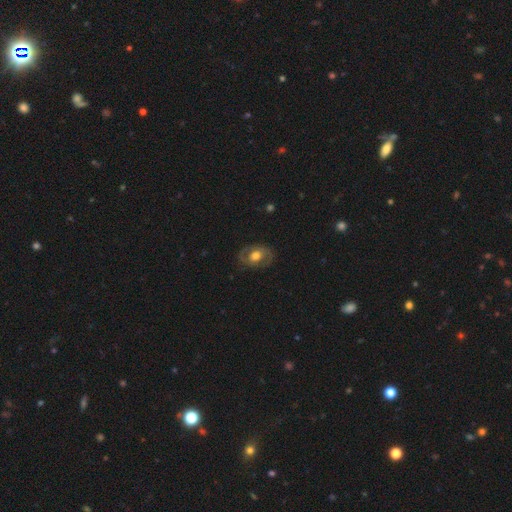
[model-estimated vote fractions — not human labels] Overall: featured or disk (60%; smooth 33%). Edge-on disk: no (95%). Bar: no (67%). Spiral arms: yes (64%; no 36%). Bulge size: moderate (58%; large 33%). Merging: none (79%).